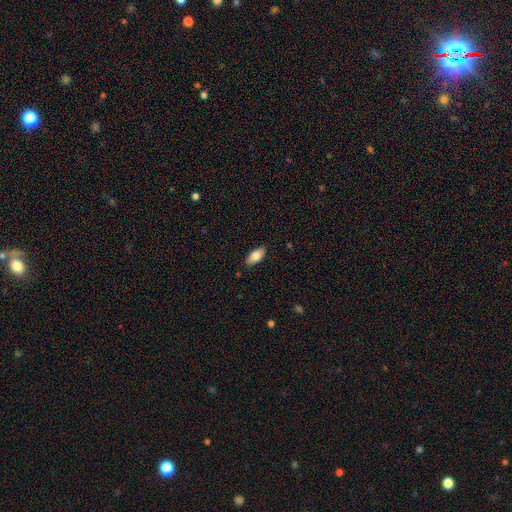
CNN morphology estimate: Smooth or featured?
  - smooth: 80% *
  - featured or disk: 14%
  - star or artifact: 6%
How rounded?
  - in between: 89% *
  - cigar-shaped: 9%
  - round: 2%
Merging?
  - none: 86% *
  - minor disturbance: 10%
  - major disturbance: 2%
  - merger: 1%